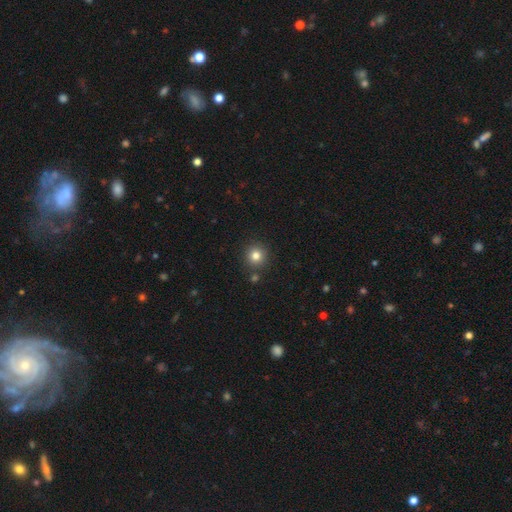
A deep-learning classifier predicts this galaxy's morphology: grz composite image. It shows a smooth galaxy with no disk features (81%) that is round (94%). Merging: none (86%).